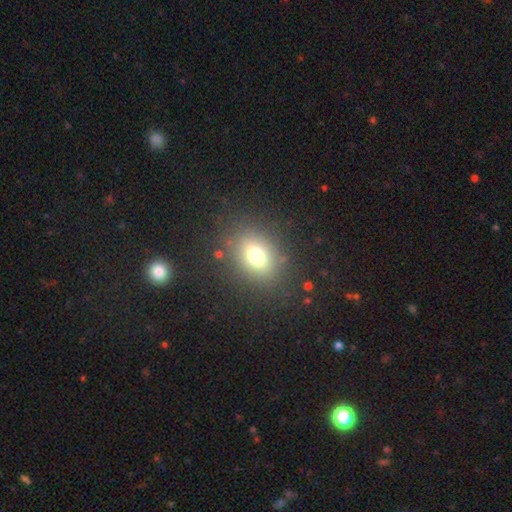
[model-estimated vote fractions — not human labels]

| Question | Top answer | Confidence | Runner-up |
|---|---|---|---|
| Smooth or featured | smooth | 71% | star or artifact (16%) |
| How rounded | in between | 55% | round (43%) |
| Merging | none | 83% | minor disturbance (10%) |